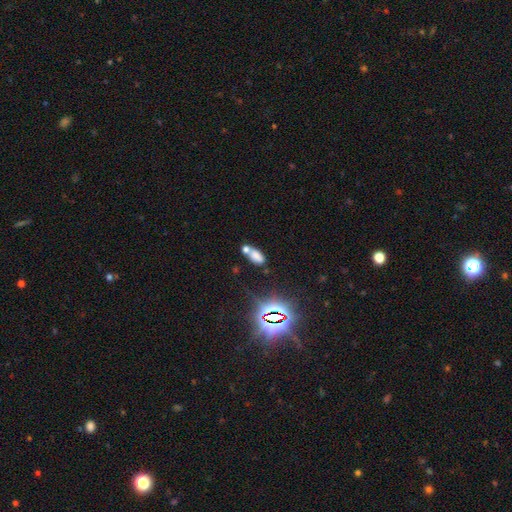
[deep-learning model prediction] A smooth galaxy with no disk features (66%) that is in between round and cigar-shaped (86%).

Vote fractions:
- Smooth or featured? smooth: 66% / star or artifact: 20% / featured or disk: 14%
- How rounded? in between: 86% / cigar-shaped: 7% / round: 7%
- Merging? merger: 47% / none: 35% / minor disturbance: 13% / major disturbance: 6%